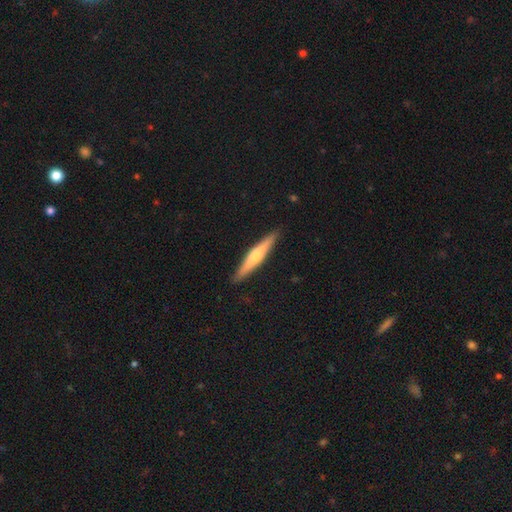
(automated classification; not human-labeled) Overall: featured or disk (51%; smooth 44%). Edge-on disk: yes (96%). Merging: none (90%).